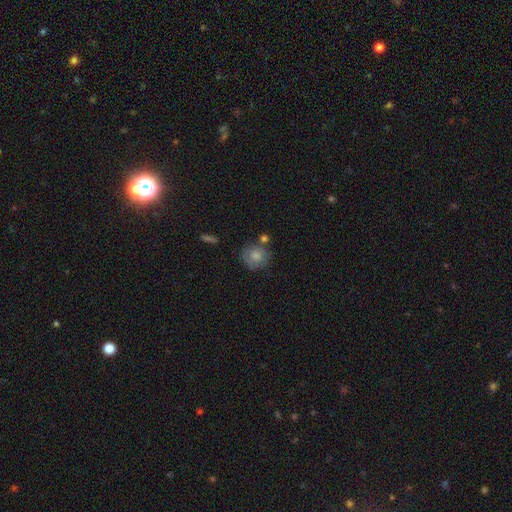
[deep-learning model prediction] Overall: smooth (77%). How rounded: round (83%). Merging: none (63%).